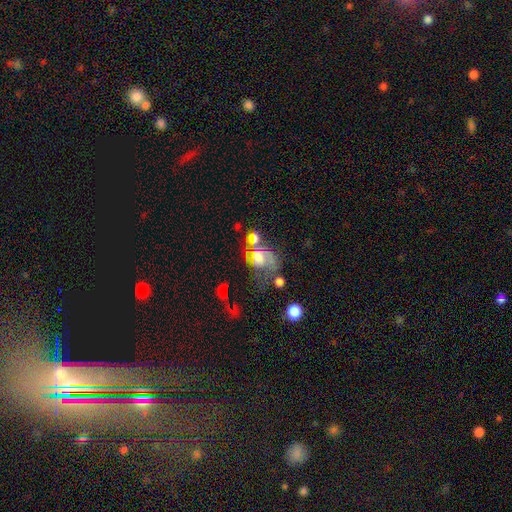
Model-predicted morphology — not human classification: Smooth or featured: featured or disk — 47% (smooth — 33%)
Merging: major disturbance — 30% (none — 28%)